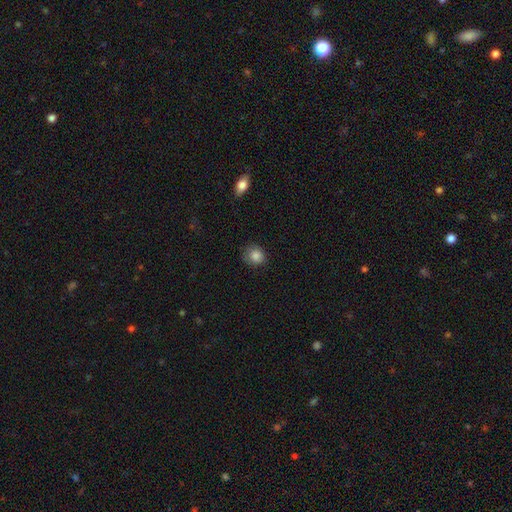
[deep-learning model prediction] This appears to be a smooth galaxy with no disk features (85%) that is round (80%). Merging: none (78%).